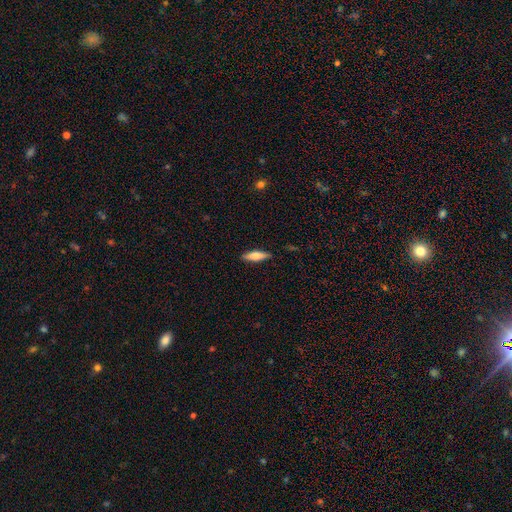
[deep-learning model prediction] A smooth galaxy with no disk features (60%) that is cigar-shaped (61%).

Vote fractions:
- Smooth or featured? smooth: 60% / featured or disk: 34% / star or artifact: 6%
- How rounded? cigar-shaped: 61% / in between: 36% / round: 2%
- Merging? none: 88% / minor disturbance: 9% / major disturbance: 2% / merger: 1%